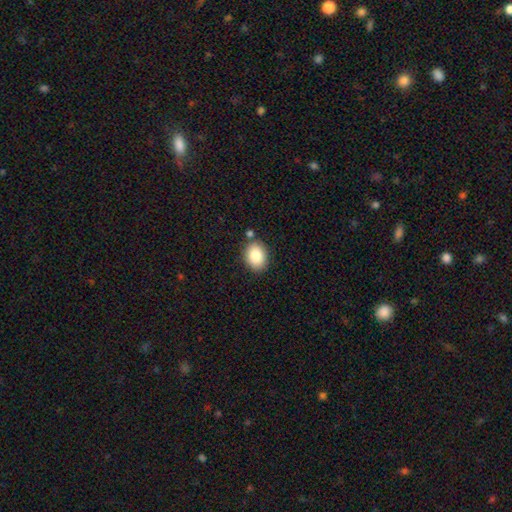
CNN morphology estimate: Overall: smooth (84%). How rounded: in between (65%; round 34%). Merging: none (81%).